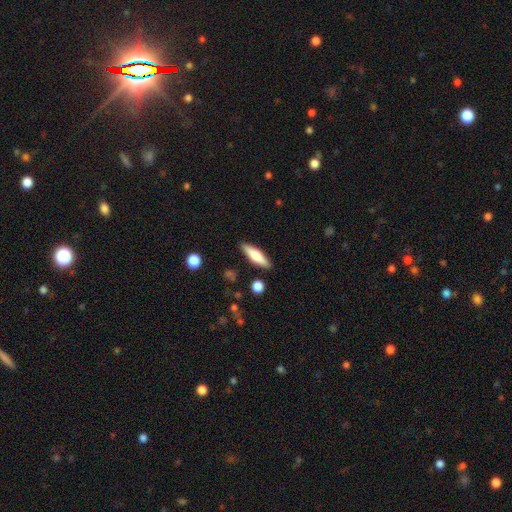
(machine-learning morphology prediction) This is likely a smooth galaxy (63%). How rounded: likely cigar-shaped (62%). Merging: clearly none (87%).